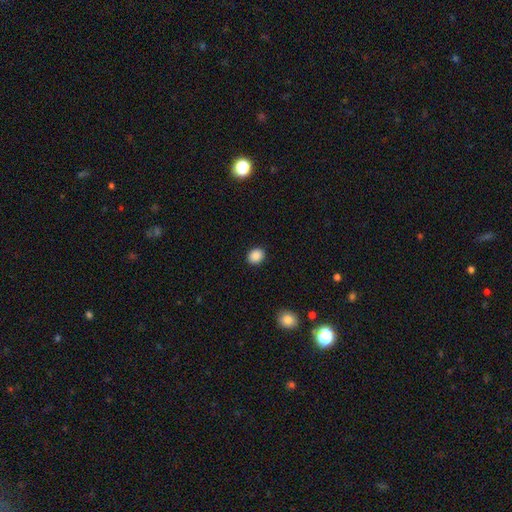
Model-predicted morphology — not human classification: This is clearly a smooth galaxy (89%). How rounded: possibly round (56%). Merging: clearly none (90%).